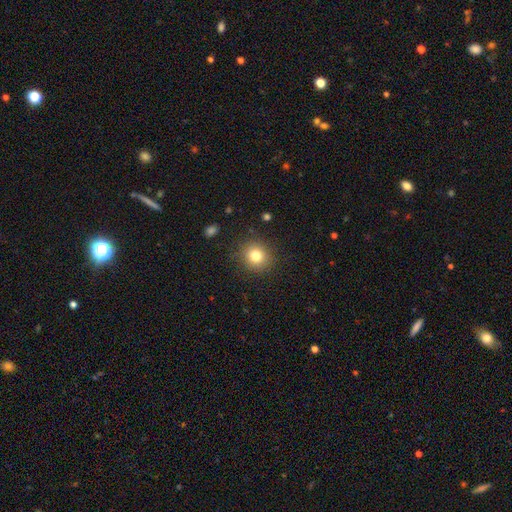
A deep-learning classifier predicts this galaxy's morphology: smooth-or-featured: smooth: 79% | star or artifact: 13% | featured or disk: 8%
  how-rounded: round: 88% | in between: 11% | cigar-shaped: 1%
  merging: none: 88% | minor disturbance: 8% | major disturbance: 3% | merger: 1%